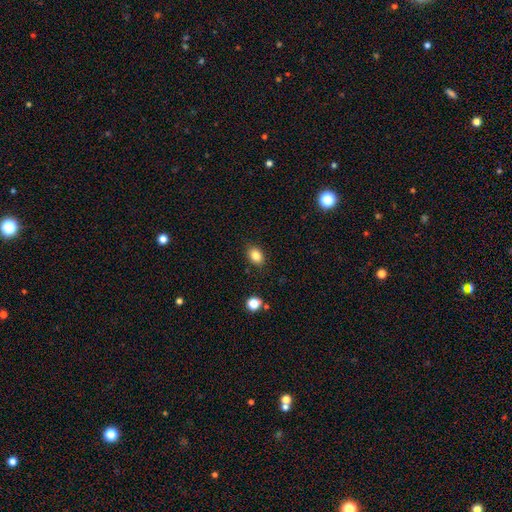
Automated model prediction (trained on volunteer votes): This is clearly a smooth galaxy (84%). How rounded: likely in between (71%). Merging: clearly none (86%).